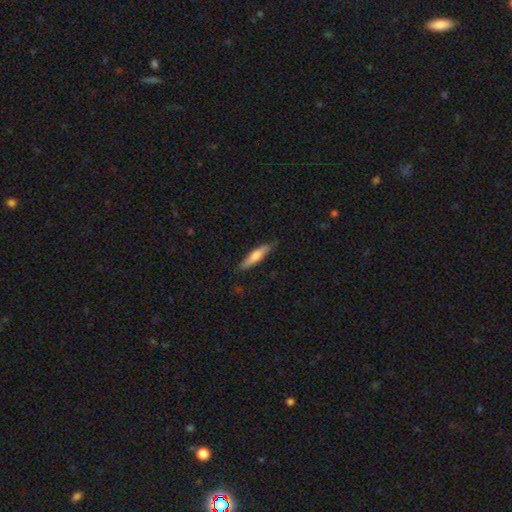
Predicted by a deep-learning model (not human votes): smooth 67%, featured or disk 27%, star or artifact 5%. Down the decision tree: how rounded — cigar-shaped (81%); merging — none (85%).